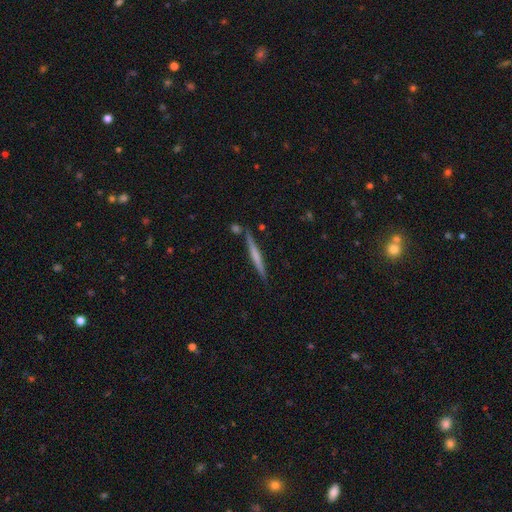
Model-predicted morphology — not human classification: Smooth or featured? featured or disk (52%)
Edge-on disk? yes (97%)
Edge-on bulge? none (64%)
Merging? none (84%)